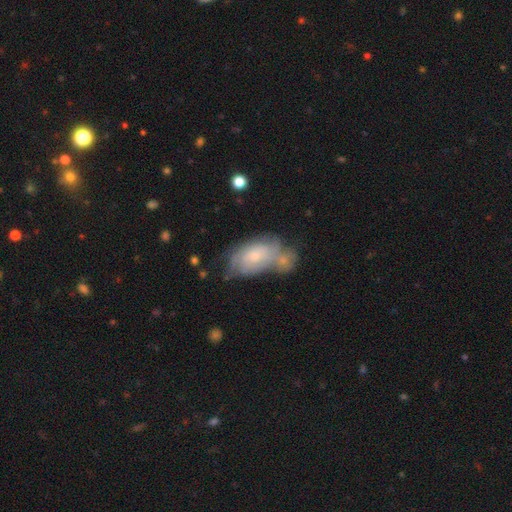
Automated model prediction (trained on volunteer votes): Smooth or featured?
  - featured or disk: 49% *
  - smooth: 43%
  - star or artifact: 8%
Merging?
  - merger: 37% *
  - none: 31%
  - minor disturbance: 20%
  - major disturbance: 12%